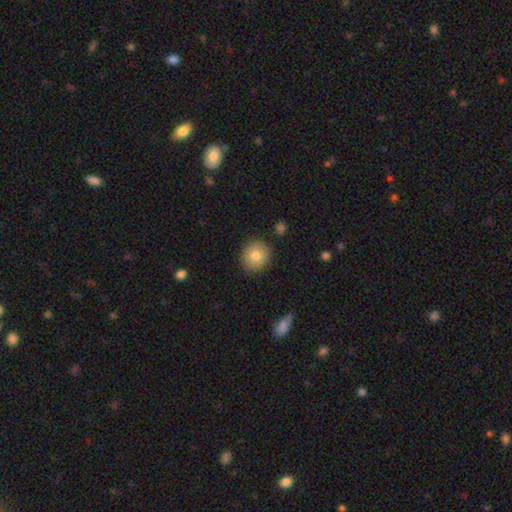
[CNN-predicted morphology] Smooth or featured? Predicted: smooth (p=0.82). How rounded? Predicted: round (p=0.87). Merging? Predicted: none (p=0.89).